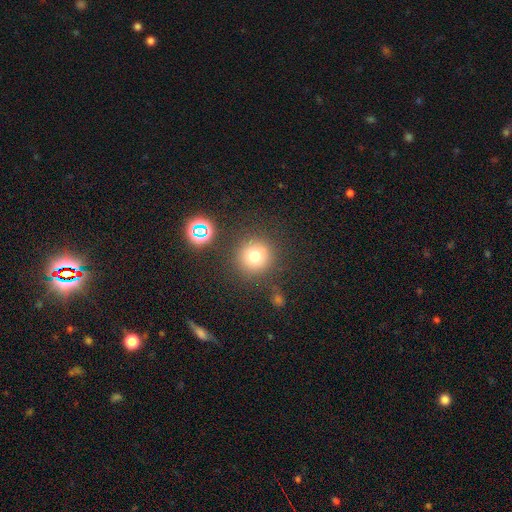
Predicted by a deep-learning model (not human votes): Morphology: type=smooth (69%); roundness=round (94%); merging=none (85%).